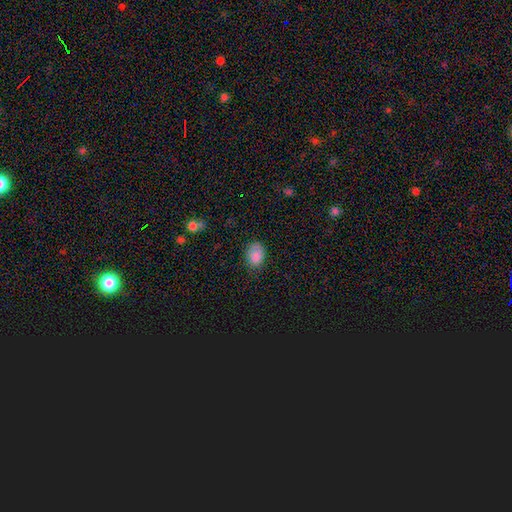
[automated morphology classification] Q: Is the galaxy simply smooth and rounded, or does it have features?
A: smooth — 85%.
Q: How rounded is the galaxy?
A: in between — 73%.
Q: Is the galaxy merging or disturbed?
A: none — 69%.